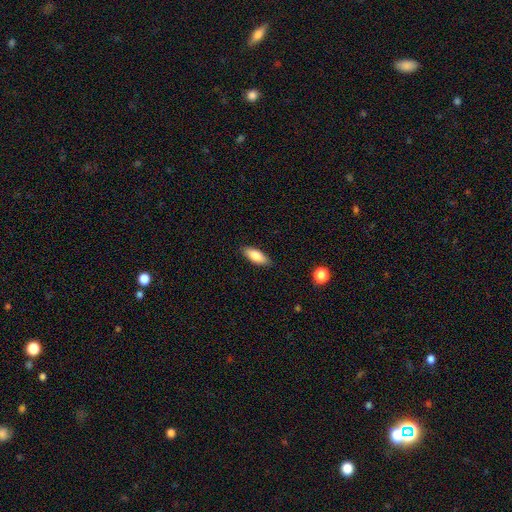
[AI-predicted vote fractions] Smooth or featured?
  - smooth: 83% *
  - featured or disk: 11%
  - star or artifact: 6%
How rounded?
  - in between: 74% *
  - cigar-shaped: 24%
  - round: 2%
Merging?
  - none: 87% *
  - minor disturbance: 10%
  - major disturbance: 2%
  - merger: 1%